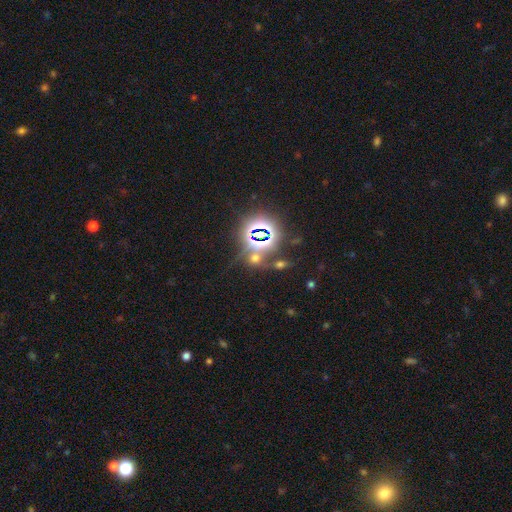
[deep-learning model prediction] A star or artifact, not a galaxy (76%).

Vote fractions:
- Smooth or featured? star or artifact: 76% / smooth: 15% / featured or disk: 9%